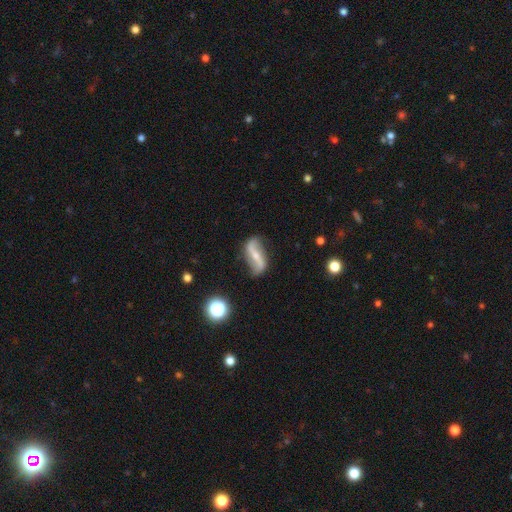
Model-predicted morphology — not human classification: Q: Smooth or featured?
A: featured or disk (79%); runner-up: smooth (15%)
Q: Edge-on disk?
A: no (91%); runner-up: yes (9%)
Q: Bar?
A: strong (56%); runner-up: weak (25%)
Q: Spiral arms?
A: yes (89%); runner-up: no (11%)
Q: Spiral winding?
A: loose (86%); runner-up: medium (9%)
Q: Spiral arm count?
A: 2 (92%); runner-up: can't tell (3%)
Q: Bulge size?
A: small (64%); runner-up: moderate (27%)
Q: Merging?
A: none (74%); runner-up: minor disturbance (18%)